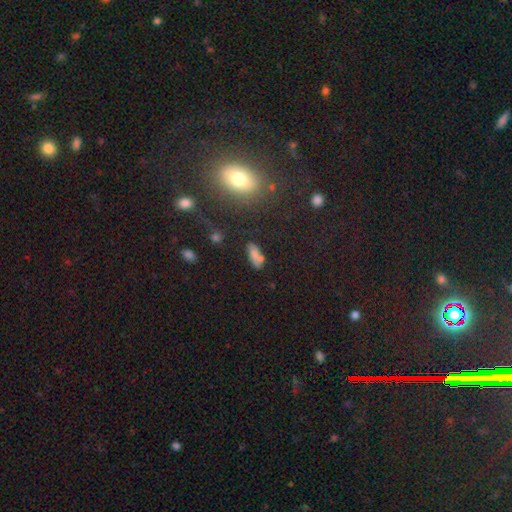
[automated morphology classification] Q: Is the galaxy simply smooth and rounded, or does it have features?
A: smooth — 70%.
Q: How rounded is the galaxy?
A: in between — 74%.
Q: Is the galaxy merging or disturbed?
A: none — 57%.